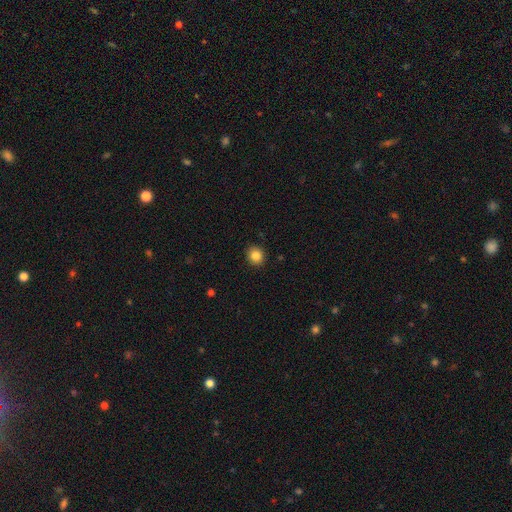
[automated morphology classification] Smooth or featured: smooth — 84% (star or artifact — 11%)
How rounded: round — 85% (in between — 14%)
Merging: none — 91% (minor disturbance — 6%)